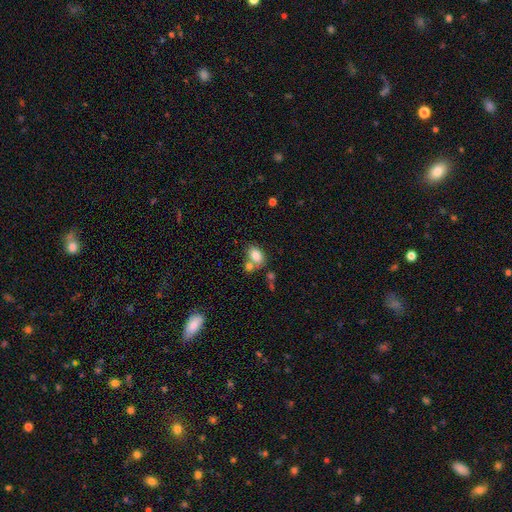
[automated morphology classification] A smooth galaxy with no disk features (82%) that is in between round and cigar-shaped (85%).

Vote fractions:
- Smooth or featured? smooth: 82% / featured or disk: 10% / star or artifact: 9%
- How rounded? in between: 85% / round: 13% / cigar-shaped: 1%
- Merging? none: 54% / merger: 29% / minor disturbance: 13% / major disturbance: 4%